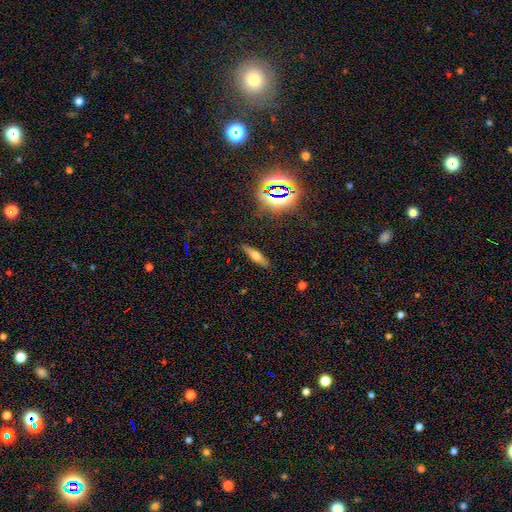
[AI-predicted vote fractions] Q: Smooth or featured?
A: smooth (46%); runner-up: featured or disk (41%)
Q: Merging?
A: none (87%); runner-up: minor disturbance (9%)